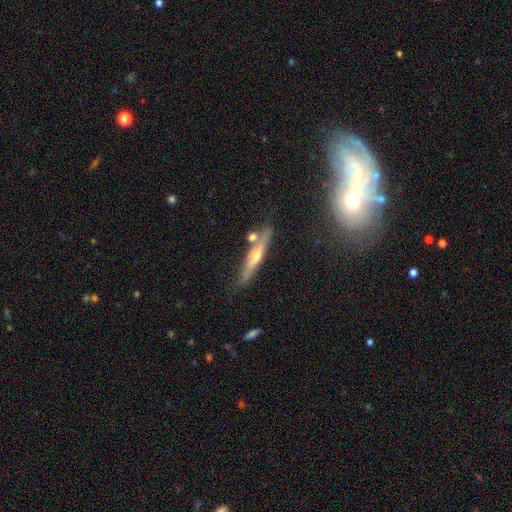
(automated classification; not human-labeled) smooth_or_featured: featured or disk (p=0.64) [alt: smooth p=0.29]
disk_edge_on: yes (p=0.94) [alt: no p=0.06]
edge_on_bulge: rounded (p=0.85) [alt: none p=0.10]
merging: none (p=0.76) [alt: minor disturbance p=0.13]